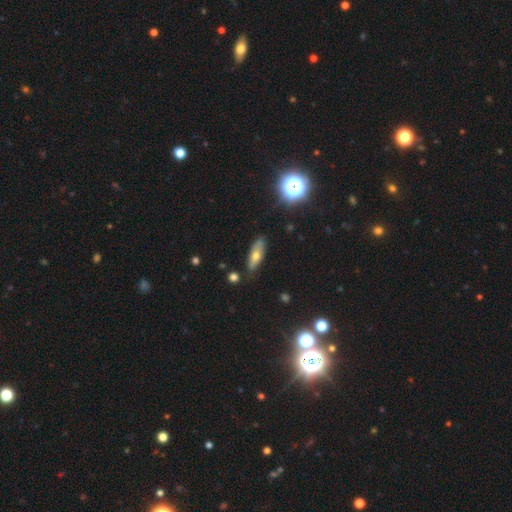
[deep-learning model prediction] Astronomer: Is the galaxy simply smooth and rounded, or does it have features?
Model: smooth — 57%.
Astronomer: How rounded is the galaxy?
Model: in between — 55% (runner-up: cigar-shaped, 39%).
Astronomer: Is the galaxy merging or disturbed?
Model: none — 80%.